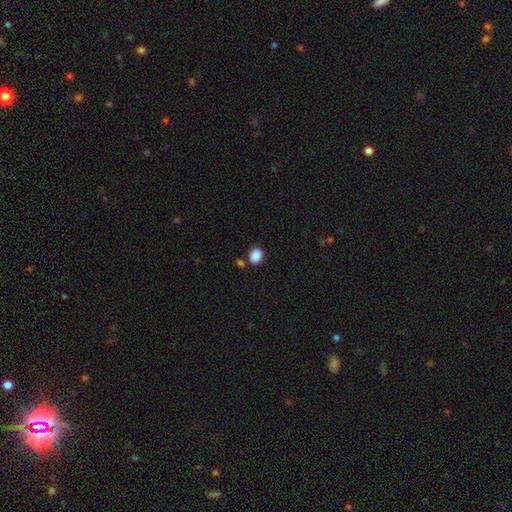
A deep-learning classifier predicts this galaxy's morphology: smooth_or_featured: smooth (p=0.88) [alt: star or artifact p=0.09]
how_rounded: round (p=0.51) [alt: in between p=0.48]
merging: none (p=0.80) [alt: minor disturbance p=0.10]